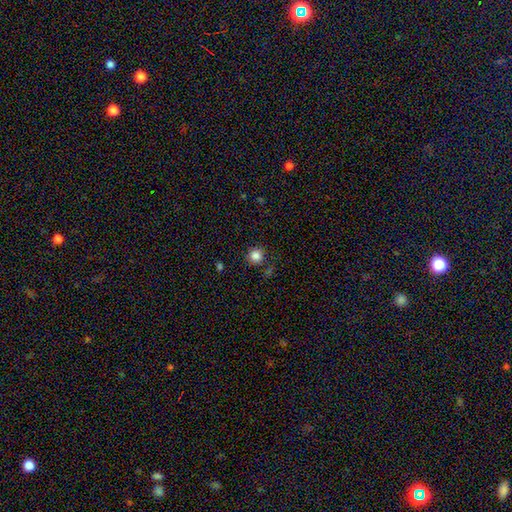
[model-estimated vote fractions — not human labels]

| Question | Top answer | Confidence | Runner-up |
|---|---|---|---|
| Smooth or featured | smooth | 84% | star or artifact (12%) |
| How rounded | round | 93% | in between (6%) |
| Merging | none | 87% | minor disturbance (8%) |